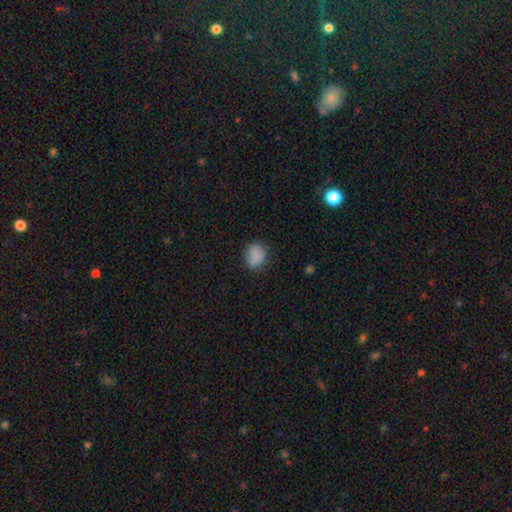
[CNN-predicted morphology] The model was most divided on "how rounded": round: 53%, in between: 46%, cigar-shaped: 1%. More confident: smooth or featured — smooth (85%); merging — none (75%).